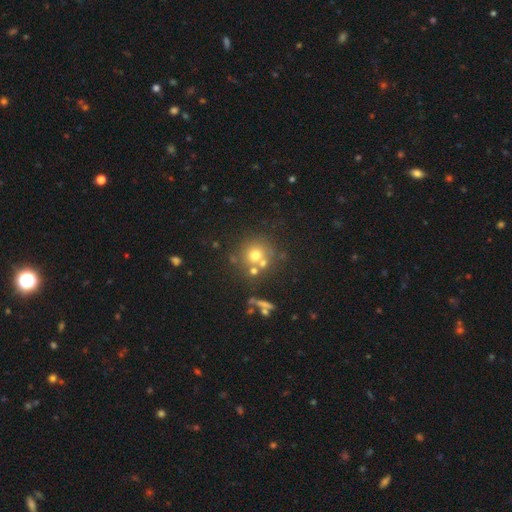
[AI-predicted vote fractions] smooth_or_featured: smooth (p=0.65) [alt: star or artifact p=0.18]
how_rounded: round (p=0.90) [alt: in between p=0.09]
merging: none (p=0.60) [alt: merger p=0.24]